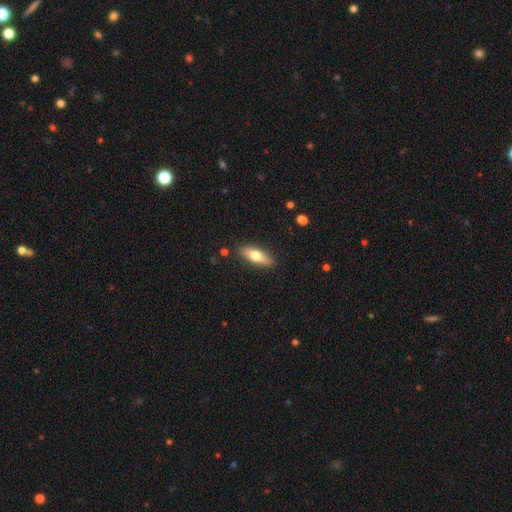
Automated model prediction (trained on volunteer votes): Smooth or featured?
  - smooth: 62% *
  - featured or disk: 31%
  - star or artifact: 6%
How rounded?
  - in between: 57% *
  - cigar-shaped: 40%
  - round: 3%
Merging?
  - none: 87% *
  - minor disturbance: 9%
  - major disturbance: 2%
  - merger: 2%